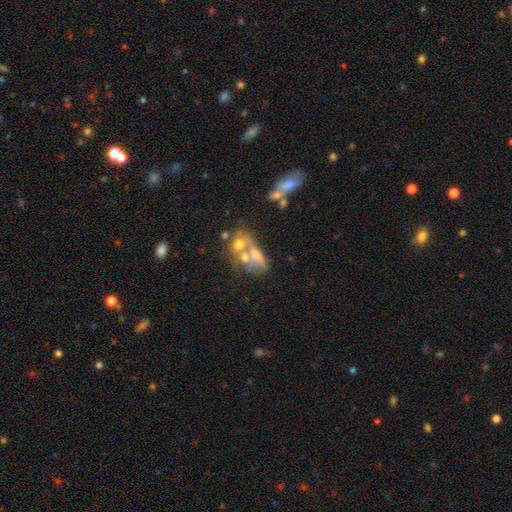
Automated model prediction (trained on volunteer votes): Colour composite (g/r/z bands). It shows a smooth galaxy with no disk features (44%). Merging: merger (57%).